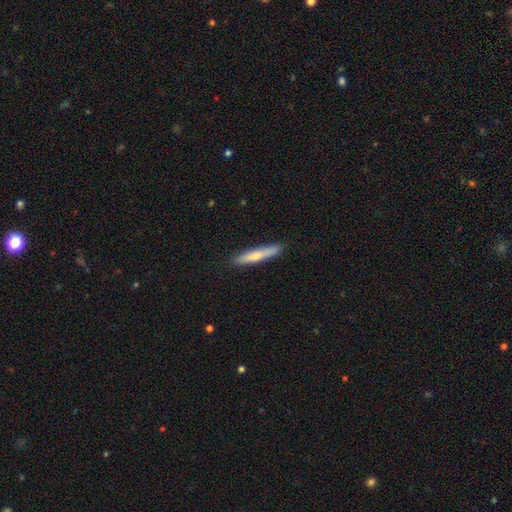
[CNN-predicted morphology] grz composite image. It shows a smooth galaxy with no disk features (52%) that is cigar-shaped (93%). Merging: none (90%).